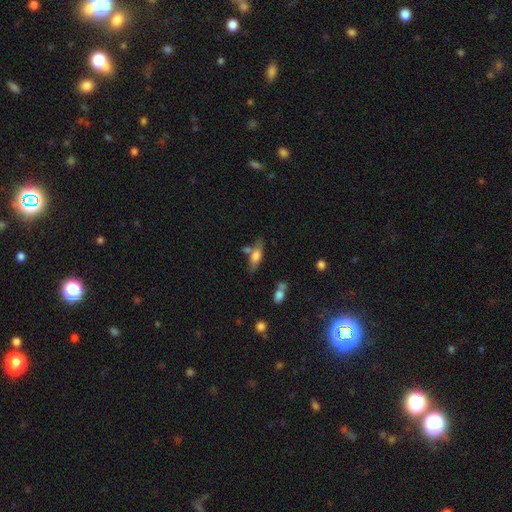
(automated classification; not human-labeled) Morphology: type=smooth (64%); roundness=in between (61%); merging=none (58%).